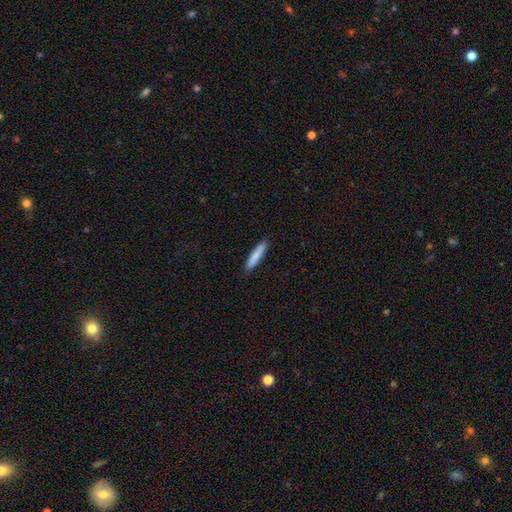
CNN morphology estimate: Smooth or featured? Predicted: smooth (p=0.82). How rounded? Predicted: cigar-shaped (p=0.90). Merging? Predicted: none (p=0.90).